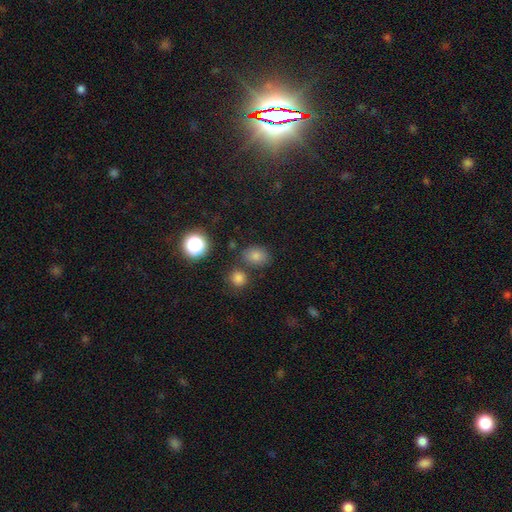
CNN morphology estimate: smooth-or-featured: smooth: 76% | star or artifact: 17% | featured or disk: 7%
  how-rounded: in between: 58% | round: 41% | cigar-shaped: 1%
  merging: none: 74% | minor disturbance: 12% | merger: 11% | major disturbance: 4%